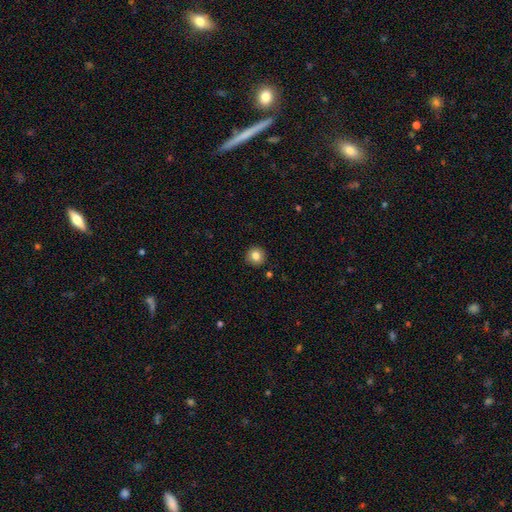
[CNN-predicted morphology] This appears to be a smooth galaxy with no disk features (83%) that is round (94%). Merging: none (91%).